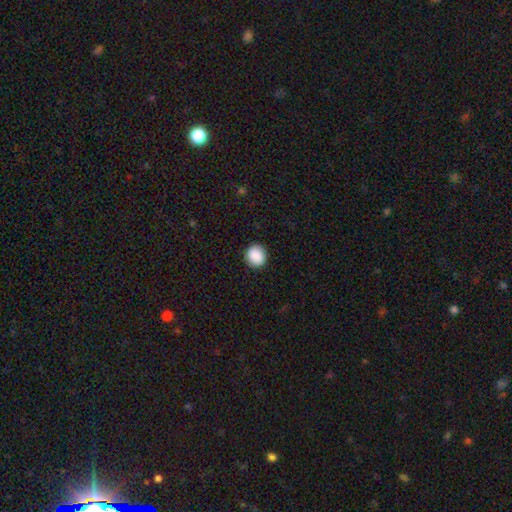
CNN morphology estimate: smooth_or_featured: smooth (p=0.89) [alt: star or artifact p=0.08]
how_rounded: round (p=0.85) [alt: in between p=0.14]
merging: none (p=0.91) [alt: minor disturbance p=0.06]